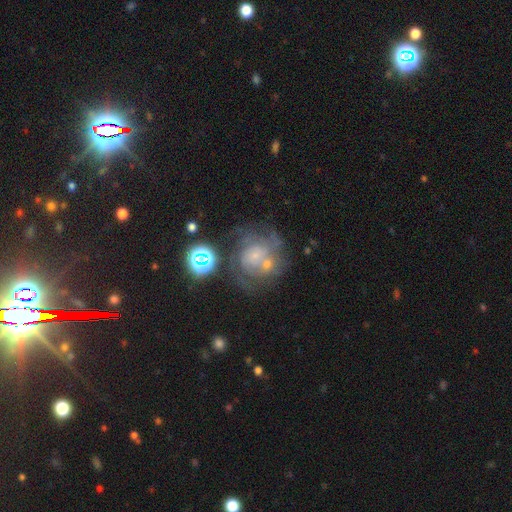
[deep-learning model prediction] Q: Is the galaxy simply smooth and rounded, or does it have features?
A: featured or disk — 65%.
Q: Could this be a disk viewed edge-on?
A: no — 98%.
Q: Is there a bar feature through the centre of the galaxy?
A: no — 74%.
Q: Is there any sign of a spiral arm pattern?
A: yes — 82%.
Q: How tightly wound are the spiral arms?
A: tight — 53%.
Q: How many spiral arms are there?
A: can't tell — 43%.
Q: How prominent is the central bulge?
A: small — 62%.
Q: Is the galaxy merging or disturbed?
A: none — 46%.